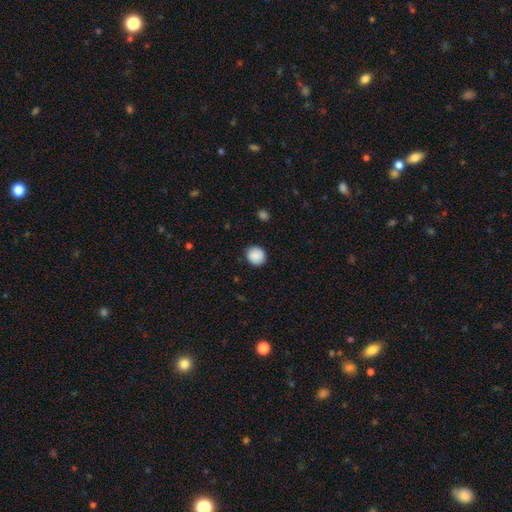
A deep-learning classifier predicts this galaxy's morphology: The model was most divided on "how rounded": round: 89%, in between: 11%, cigar-shaped: 1%. More confident: smooth or featured — smooth (89%); merging — none (88%).